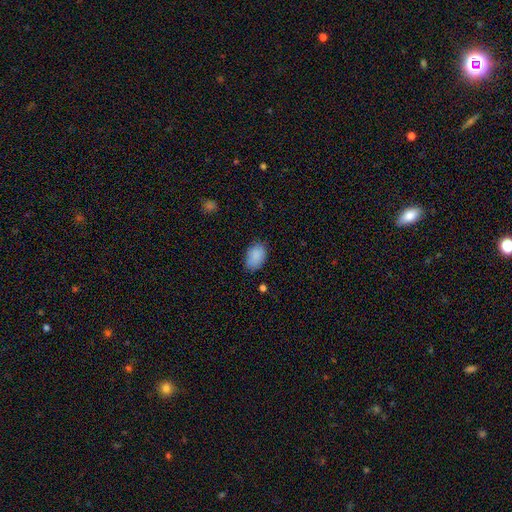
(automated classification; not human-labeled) Smooth or featured? smooth (88%)
How rounded? in between (89%)
Merging? none (75%)